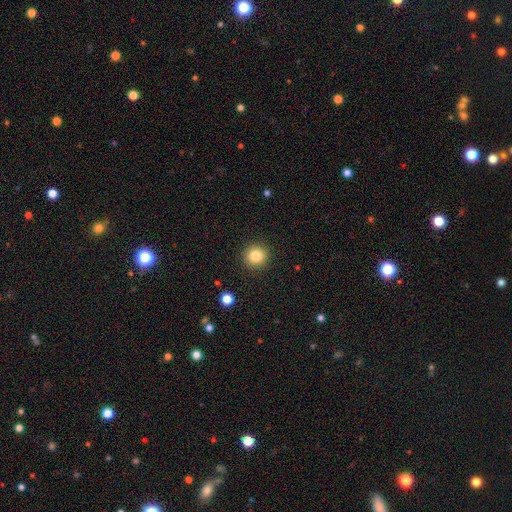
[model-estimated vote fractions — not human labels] This is clearly a smooth galaxy (82%). How rounded: clearly round (92%). Merging: clearly none (91%).